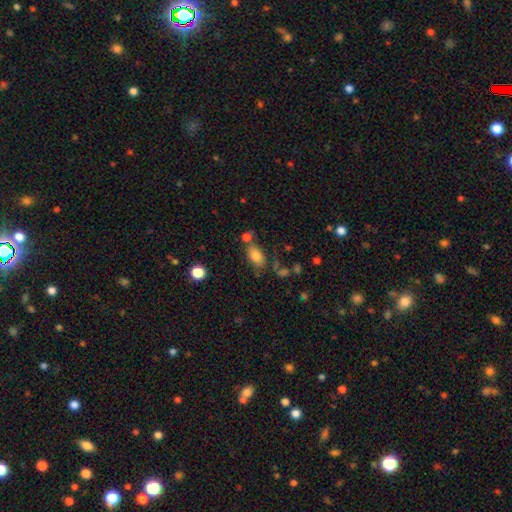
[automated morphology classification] Smooth or featured: smooth — 79% (featured or disk — 11%)
How rounded: in between — 88% (round — 8%)
Merging: none — 60% (merger — 18%)